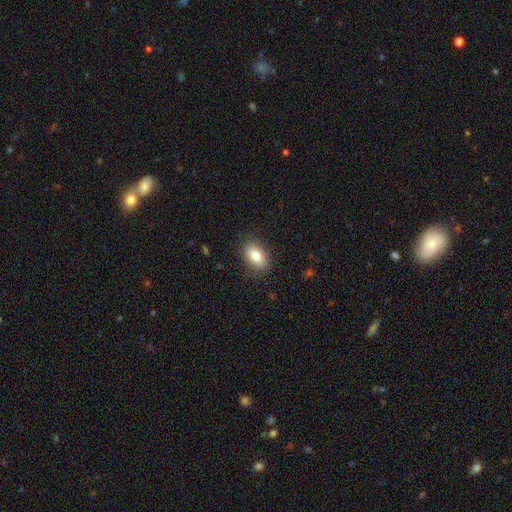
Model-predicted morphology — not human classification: smooth_or_featured: smooth (p=0.82) [alt: featured or disk p=0.11]
how_rounded: in between (p=0.88) [alt: round p=0.10]
merging: none (p=0.87) [alt: minor disturbance p=0.10]